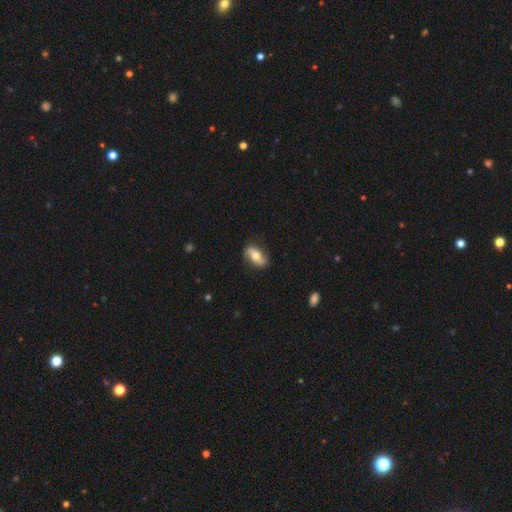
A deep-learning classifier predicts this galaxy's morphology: type=featured or disk (47%); merging=none (78%).